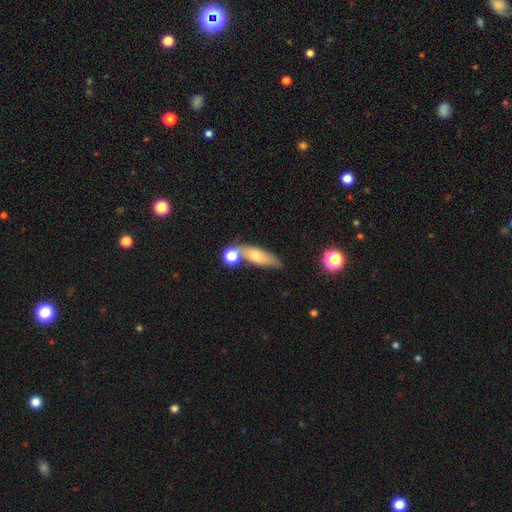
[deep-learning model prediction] Overall: smooth (67%). How rounded: in between (50%; cigar-shaped 42%). Merging: none (53%; merger 25%).